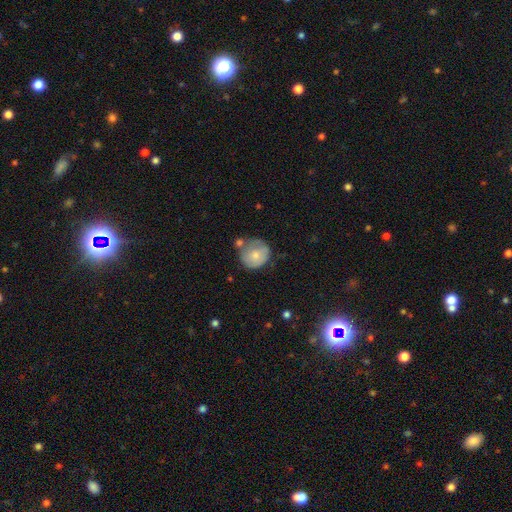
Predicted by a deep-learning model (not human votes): A smooth galaxy with no disk features (68%) that is round (84%). Merging: none (46%).